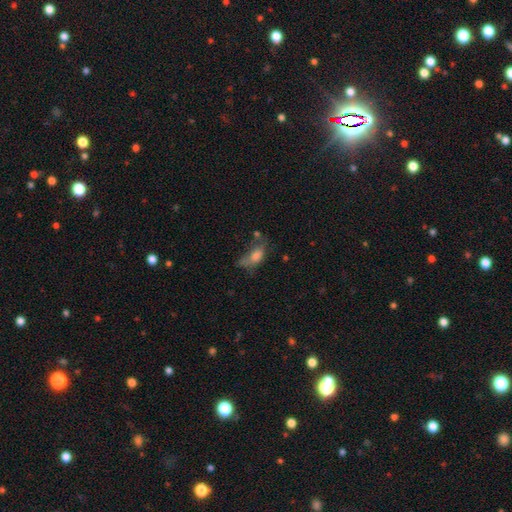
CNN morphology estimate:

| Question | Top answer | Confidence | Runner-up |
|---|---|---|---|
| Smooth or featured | smooth | 62% | featured or disk (24%) |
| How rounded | in between | 81% | cigar-shaped (10%) |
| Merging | major disturbance | 33% | none (31%) |